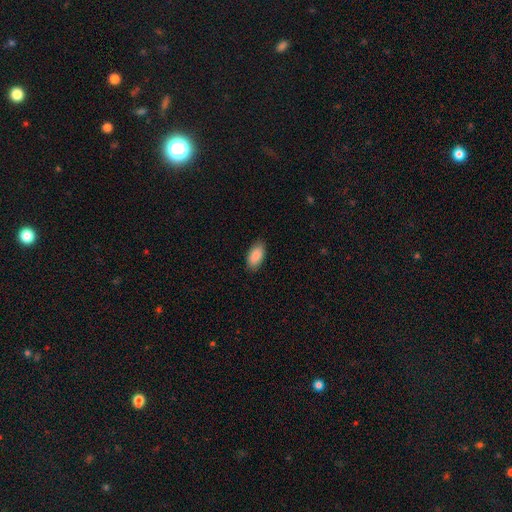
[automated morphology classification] Overall: smooth (89%). How rounded: in between (94%). Merging: none (87%).